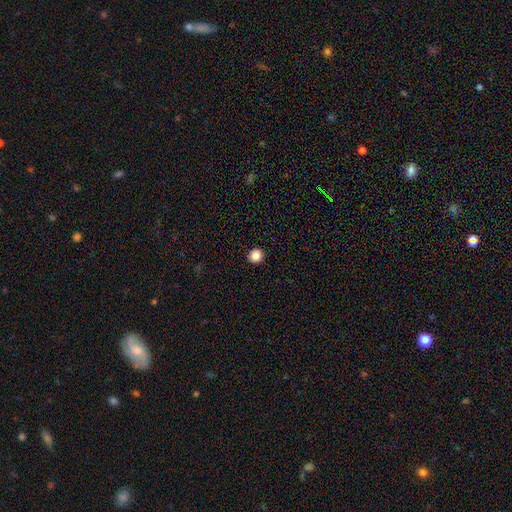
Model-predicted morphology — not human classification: smooth_or_featured: smooth (p=0.86) [alt: star or artifact p=0.10]
how_rounded: round (p=0.93) [alt: in between p=0.06]
merging: none (p=0.94) [alt: minor disturbance p=0.04]